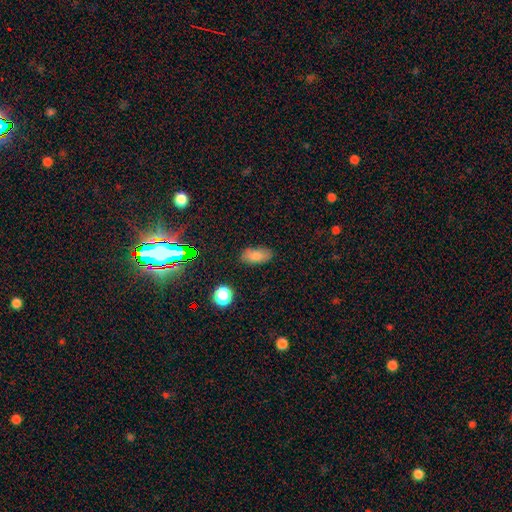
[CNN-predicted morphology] smooth 82%, star or artifact 11%, featured or disk 7%. Down the decision tree: how rounded — in between (90%); merging — none (82%).